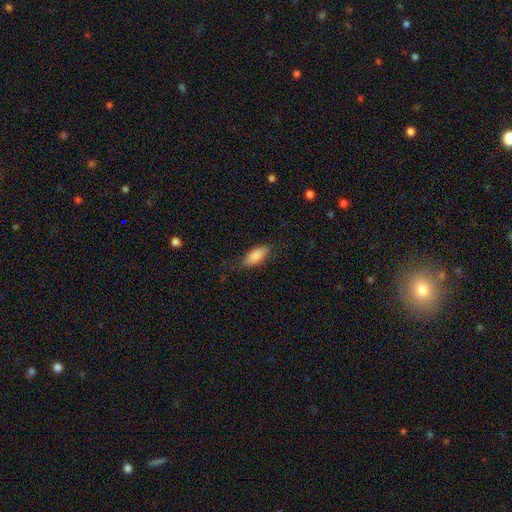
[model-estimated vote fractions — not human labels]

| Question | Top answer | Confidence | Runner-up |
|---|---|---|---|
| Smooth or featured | smooth | 86% | featured or disk (8%) |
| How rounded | in between | 79% | cigar-shaped (19%) |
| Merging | none | 77% | minor disturbance (17%) |